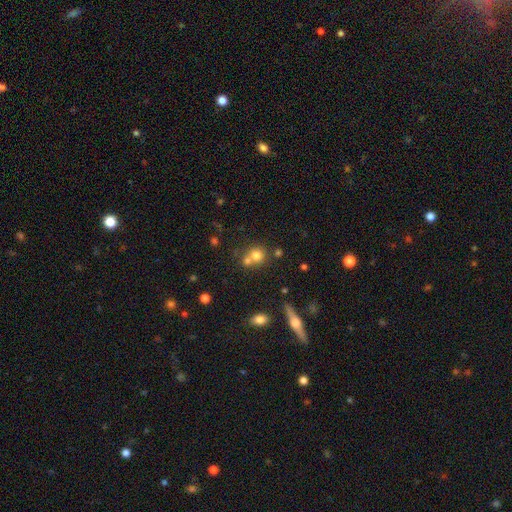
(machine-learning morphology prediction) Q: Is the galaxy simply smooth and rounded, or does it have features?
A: smooth — 73%.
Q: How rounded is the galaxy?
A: round — 83%.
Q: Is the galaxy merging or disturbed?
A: none — 46%.